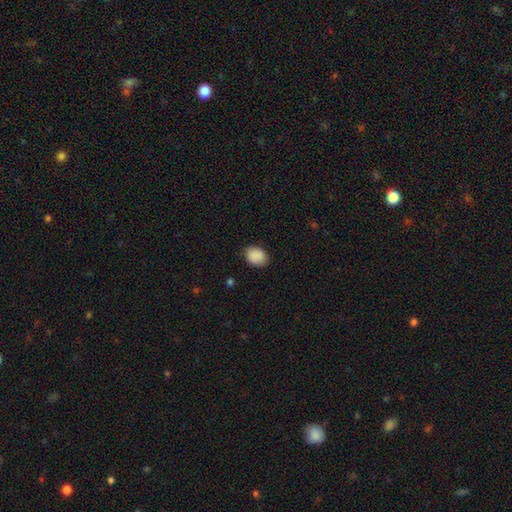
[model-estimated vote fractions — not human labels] Smooth or featured? Predicted: smooth (p=0.90). How rounded? Predicted: in between (p=0.63). Merging? Predicted: none (p=0.84).